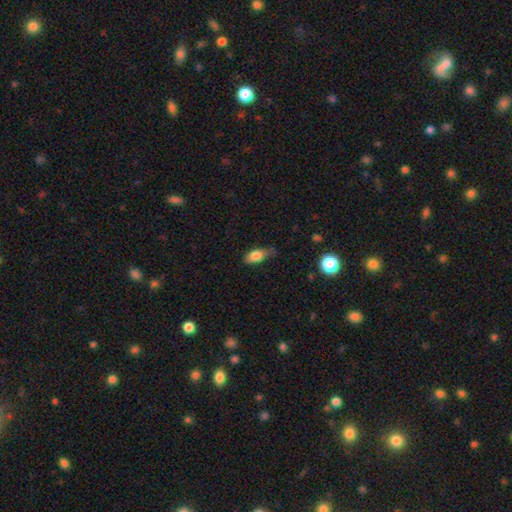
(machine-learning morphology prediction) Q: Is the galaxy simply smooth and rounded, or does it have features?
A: smooth — 81%.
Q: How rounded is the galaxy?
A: in between — 85%.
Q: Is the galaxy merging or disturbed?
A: none — 51%.